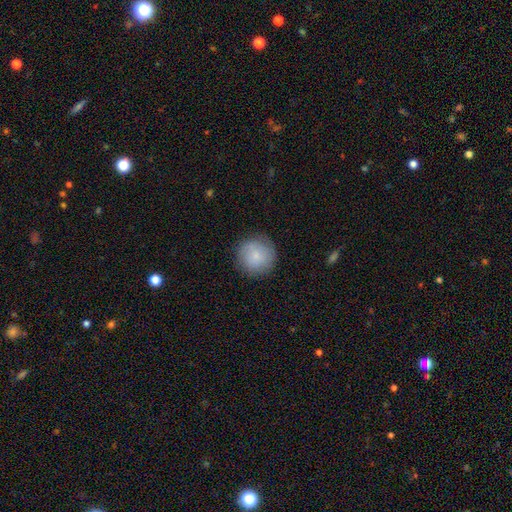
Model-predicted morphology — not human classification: smooth 81%, featured or disk 12%, star or artifact 7%. Down the decision tree: how rounded — round (95%); merging — none (85%).